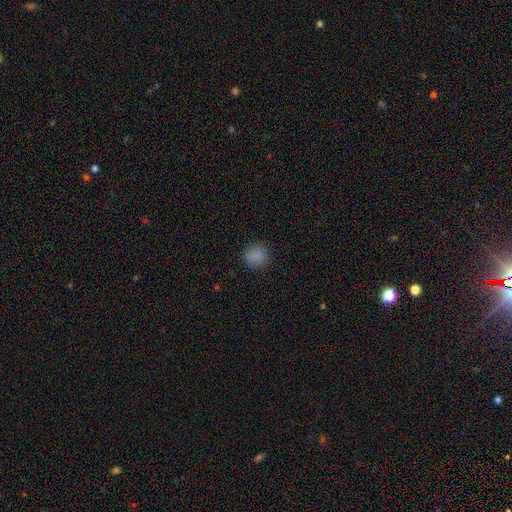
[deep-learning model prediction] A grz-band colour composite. It shows a smooth galaxy with no disk features (85%) that is round (82%). Merging: none (88%).